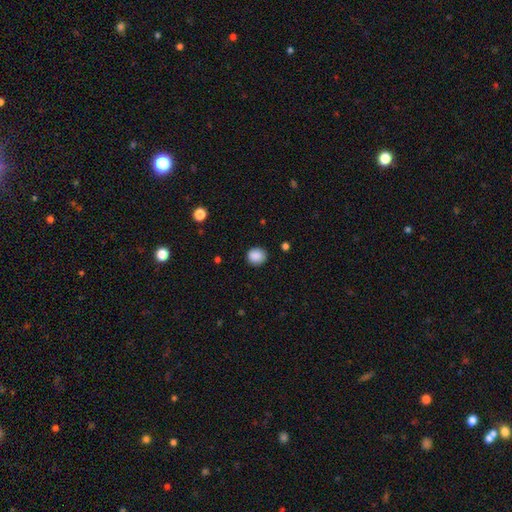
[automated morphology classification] This is clearly a smooth galaxy (88%). How rounded: clearly round (85%). Merging: clearly none (89%).